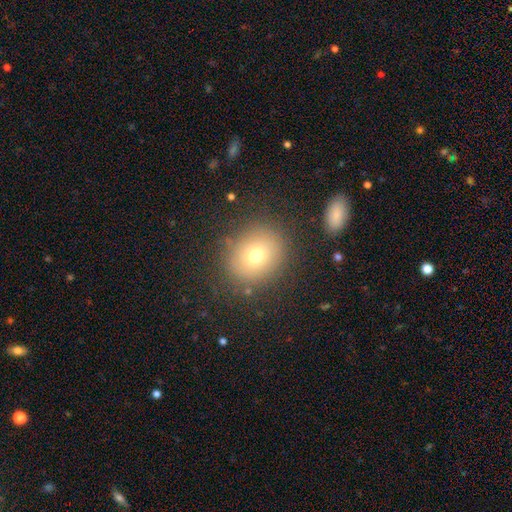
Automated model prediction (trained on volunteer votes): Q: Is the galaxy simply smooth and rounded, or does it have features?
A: smooth — 71%.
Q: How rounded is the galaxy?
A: round — 73%.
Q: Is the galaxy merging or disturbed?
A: none — 84%.